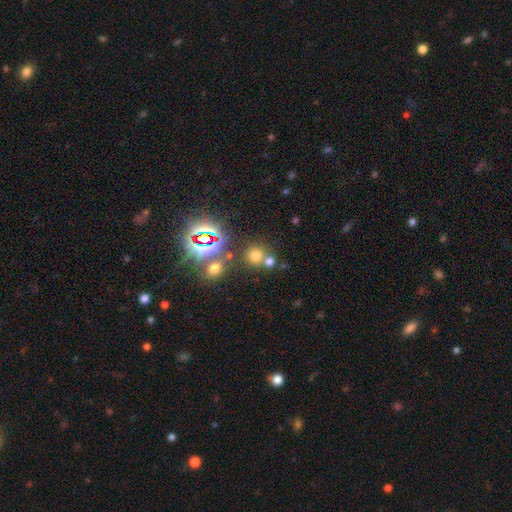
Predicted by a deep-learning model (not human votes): The model was most divided on "smooth or featured": smooth: 63%, star or artifact: 29%, featured or disk: 8%. More confident: how rounded — round (89%); merging — none (66%).